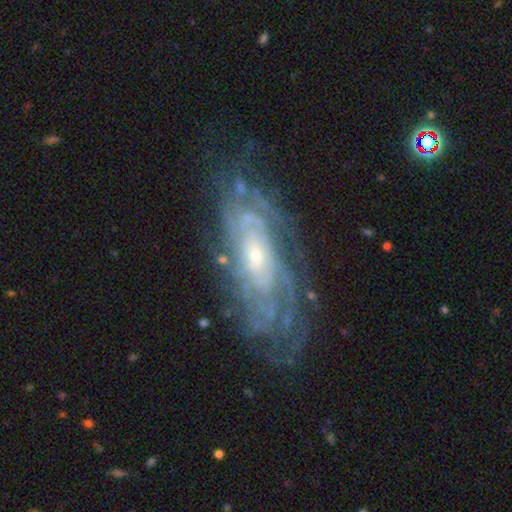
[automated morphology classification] featured or disk 85%, smooth 8%, star or artifact 7%. Down the decision tree: edge-on disk — no (88%); bar — no (71%); spiral arms — yes (94%); spiral arm count — can't tell (51%); spiral winding — tight (78%); bulge size — small (69%); merging — none (75%).